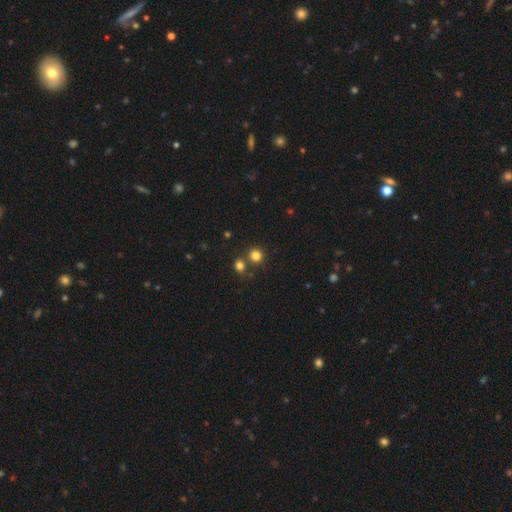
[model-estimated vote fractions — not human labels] Overall: smooth (80%). How rounded: round (90%). Merging: none (69%).